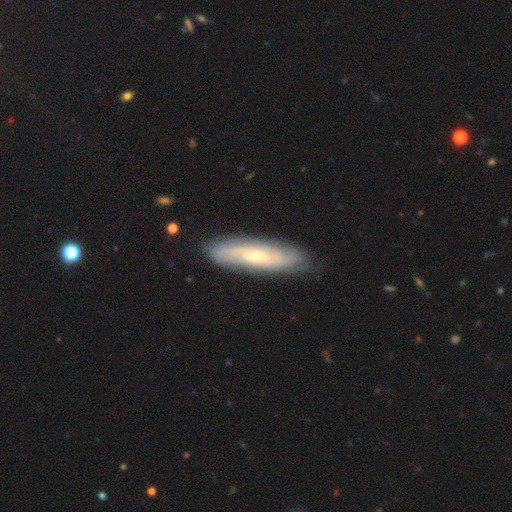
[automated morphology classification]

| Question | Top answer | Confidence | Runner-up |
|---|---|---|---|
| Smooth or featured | featured or disk | 63% | smooth (31%) |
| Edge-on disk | no | 69% | yes (31%) |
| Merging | none | 83% | minor disturbance (13%) |